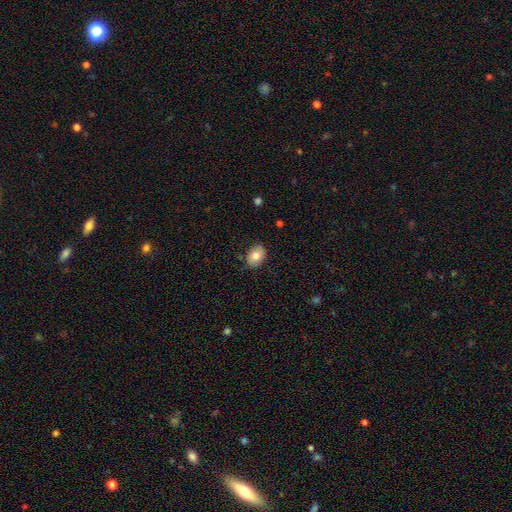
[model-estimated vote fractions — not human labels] Q: Smooth or featured?
A: smooth (76%); runner-up: featured or disk (16%)
Q: How rounded?
A: in between (70%); runner-up: round (29%)
Q: Merging?
A: none (80%); runner-up: minor disturbance (16%)